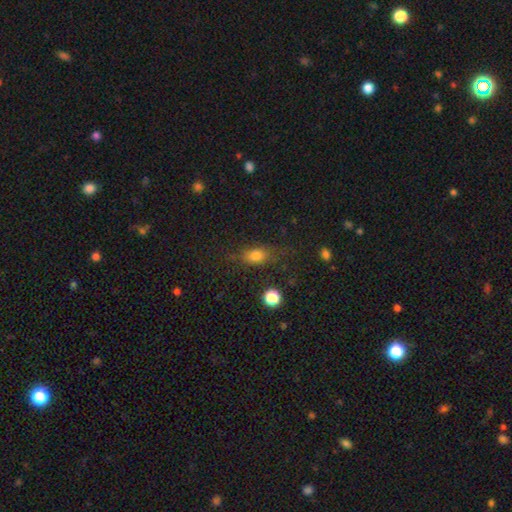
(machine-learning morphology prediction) type=smooth (76%); roundness=in between (71%); merging=none (69%).